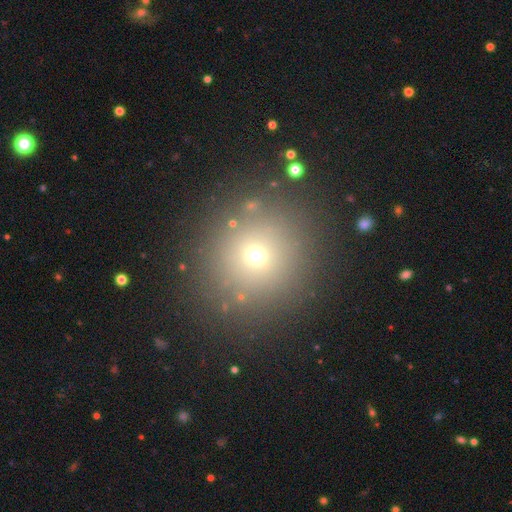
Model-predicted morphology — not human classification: The model was most divided on "smooth or featured": smooth: 63%, star or artifact: 28%, featured or disk: 9%. More confident: how rounded — round (92%); merging — none (87%).